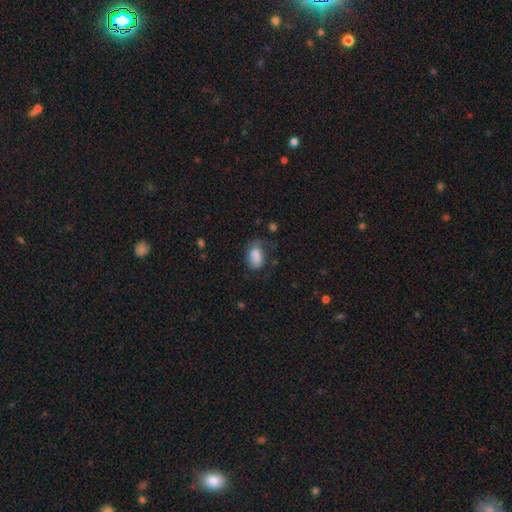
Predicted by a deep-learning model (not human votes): smooth-or-featured: smooth: 78% | featured or disk: 13% | star or artifact: 9%
  how-rounded: in between: 86% | round: 12% | cigar-shaped: 1%
  merging: none: 39% | major disturbance: 31% | minor disturbance: 28% | merger: 3%